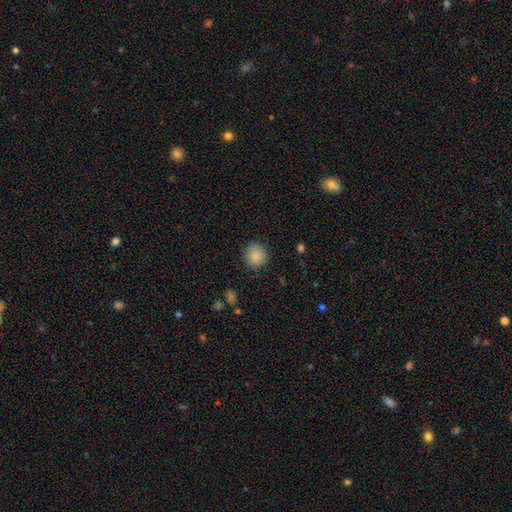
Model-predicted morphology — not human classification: Q: Smooth or featured?
A: smooth (87%); runner-up: star or artifact (9%)
Q: How rounded?
A: round (87%); runner-up: in between (12%)
Q: Merging?
A: none (87%); runner-up: minor disturbance (9%)